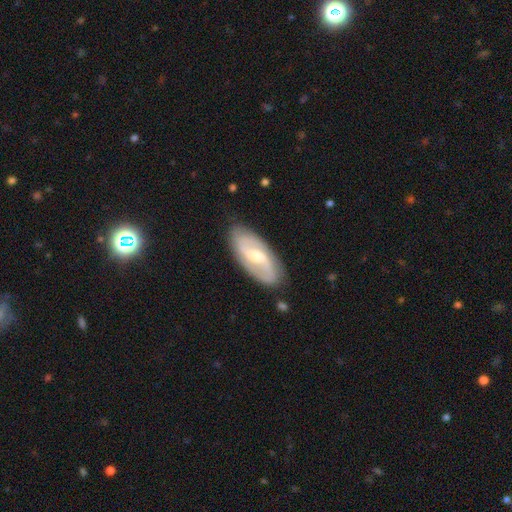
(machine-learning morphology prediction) featured or disk 76%, smooth 18%, star or artifact 5%. Down the decision tree: edge-on disk — no (94%); bar — weak (55%); spiral arms — yes (92%); spiral arm count — 2 (87%); spiral winding — medium (45%); bulge size — moderate (55%); merging — none (83%).